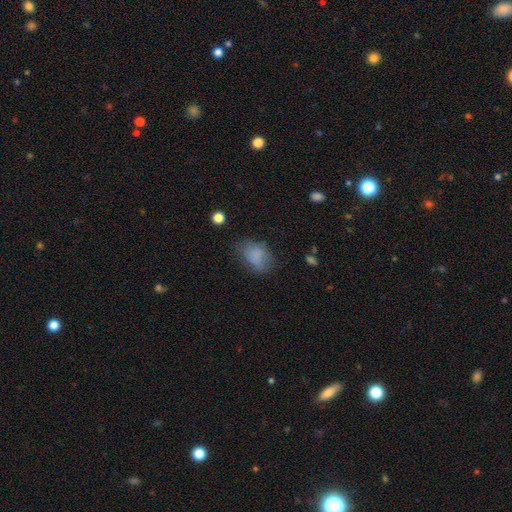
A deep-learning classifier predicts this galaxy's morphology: Smooth or featured? smooth (79%)
How rounded? in between (76%)
Merging? none (56%)